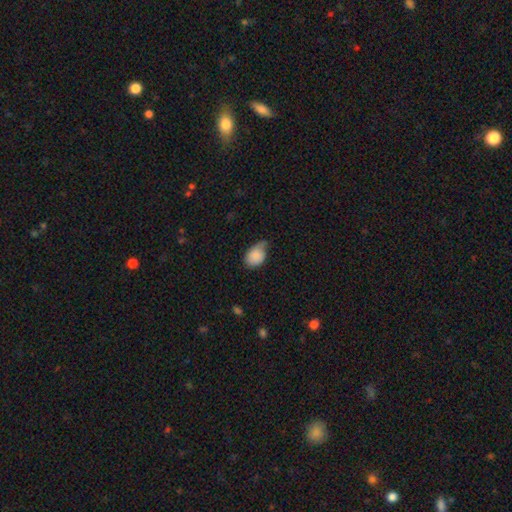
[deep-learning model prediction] A smooth galaxy with no disk features (85%) that is in between round and cigar-shaped (72%).

Vote fractions:
- Smooth or featured? smooth: 85% / star or artifact: 8% / featured or disk: 7%
- How rounded? in between: 72% / round: 27% / cigar-shaped: 1%
- Merging? minor disturbance: 48% / none: 37% / major disturbance: 12% / merger: 3%